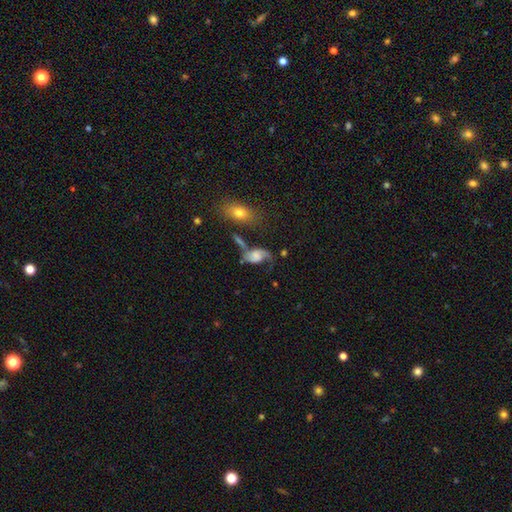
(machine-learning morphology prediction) Smooth or featured? featured or disk (68%)
Edge-on disk? no (96%)
Bar? no (61%)
Spiral arms? yes (90%)
Spiral winding? loose (71%)
Spiral arm count? 2 (74%)
Bulge size? none (34%)
Merging? none (37%)